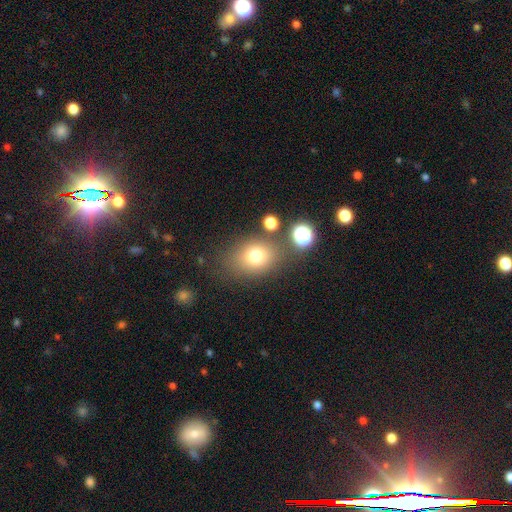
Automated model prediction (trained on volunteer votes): The model was most divided on "how rounded": in between: 51%, round: 48%, cigar-shaped: 1%. More confident: smooth or featured — smooth (74%); merging — none (71%).